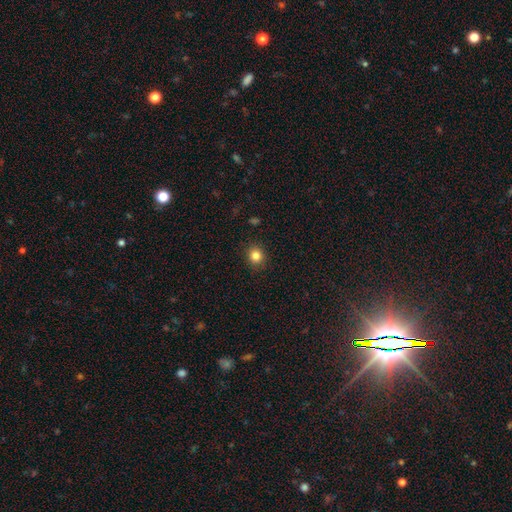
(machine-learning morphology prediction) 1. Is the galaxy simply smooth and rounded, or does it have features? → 83% smooth, 12% star or artifact, 5% featured or disk.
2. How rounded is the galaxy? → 83% round, 16% in between, 1% cigar-shaped.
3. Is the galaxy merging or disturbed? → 90% none, 7% minor disturbance, 2% major disturbance, 1% merger.